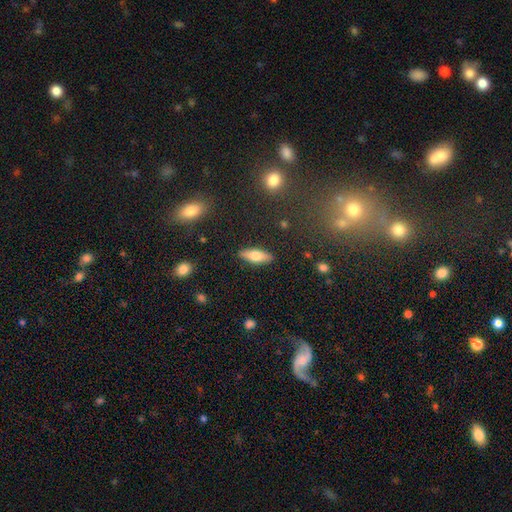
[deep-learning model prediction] smooth_or_featured: smooth (p=0.68) [alt: featured or disk p=0.26]
how_rounded: in between (p=0.64) [alt: cigar-shaped p=0.34]
merging: none (p=0.88) [alt: minor disturbance p=0.08]